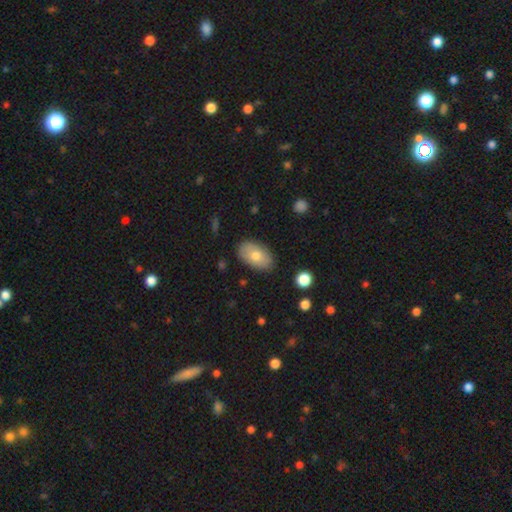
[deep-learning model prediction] Overall: smooth (74%). How rounded: in between (91%). Merging: none (84%).